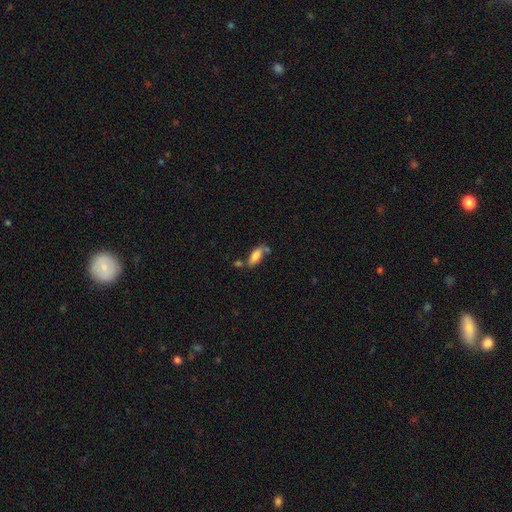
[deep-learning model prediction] Smooth or featured? Predicted: smooth (p=0.74). How rounded? Predicted: in between (p=0.72). Merging? Predicted: none (p=0.48).